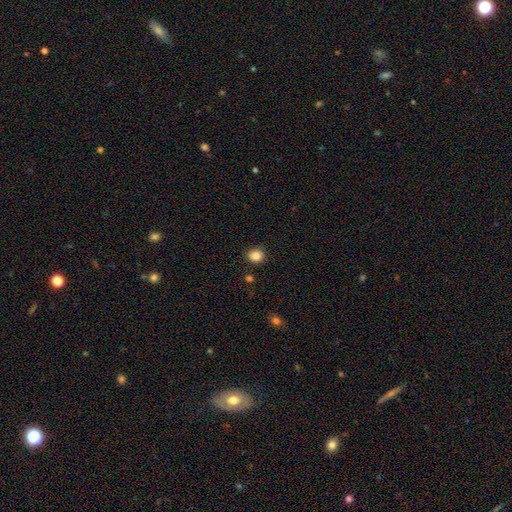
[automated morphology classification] smooth-or-featured: smooth: 86% | star or artifact: 11% | featured or disk: 4%
  how-rounded: round: 76% | in between: 24% | cigar-shaped: 1%
  merging: none: 86% | minor disturbance: 10% | major disturbance: 2% | merger: 2%